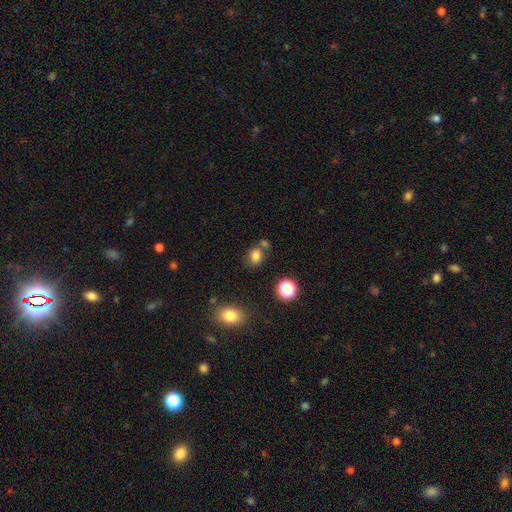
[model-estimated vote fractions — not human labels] Smooth or featured: smooth — 78% (star or artifact — 15%)
How rounded: round — 56% (in between — 43%)
Merging: none — 67% (merger — 15%)